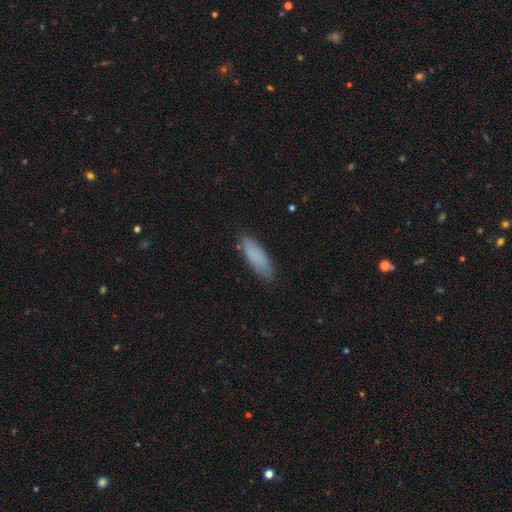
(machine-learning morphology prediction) A smooth galaxy with no disk features (83%) that is in between round and cigar-shaped (56%). Merging: none (81%).